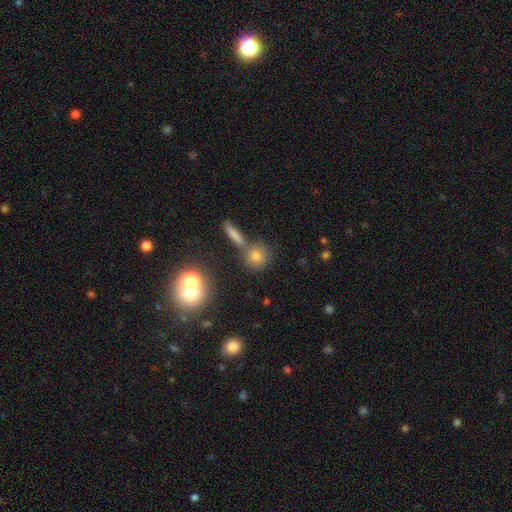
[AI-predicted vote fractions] This is marginally a star or artifact rather than a galaxy (45%).